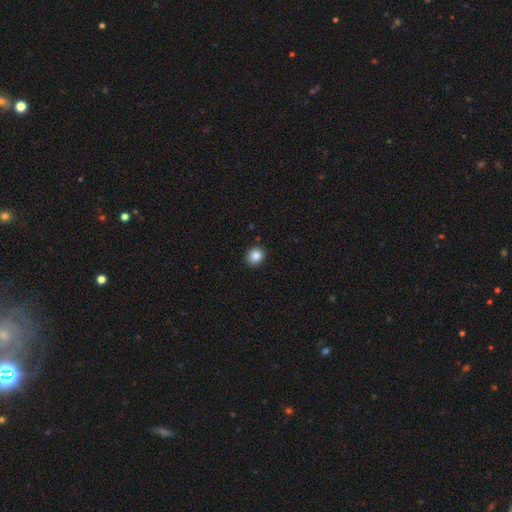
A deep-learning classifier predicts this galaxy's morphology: Smooth or featured? Predicted: smooth (p=0.85). How rounded? Predicted: round (p=0.77). Merging? Predicted: none (p=0.90).